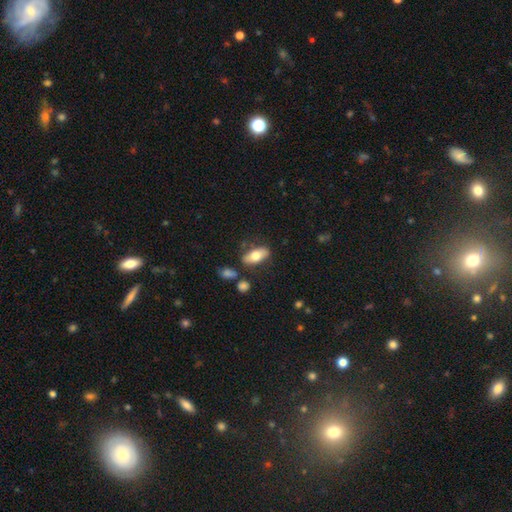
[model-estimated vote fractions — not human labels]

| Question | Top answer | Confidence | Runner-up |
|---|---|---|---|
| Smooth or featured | smooth | 71% | featured or disk (23%) |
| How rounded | in between | 86% | cigar-shaped (10%) |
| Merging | none | 74% | minor disturbance (15%) |